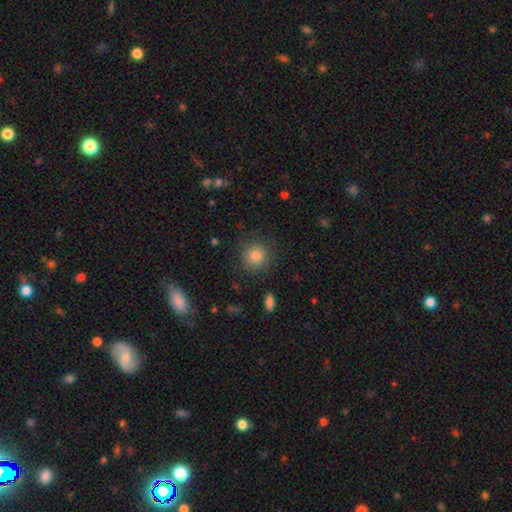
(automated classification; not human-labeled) smooth_or_featured: smooth (p=0.82) [alt: star or artifact p=0.11]
how_rounded: round (p=0.92) [alt: in between p=0.07]
merging: none (p=0.85) [alt: minor disturbance p=0.10]